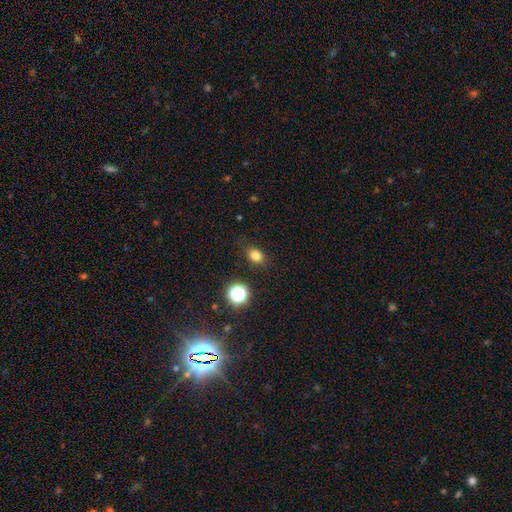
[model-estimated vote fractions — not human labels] Morphology: type=smooth (80%); roundness=in between (63%); merging=none (84%).